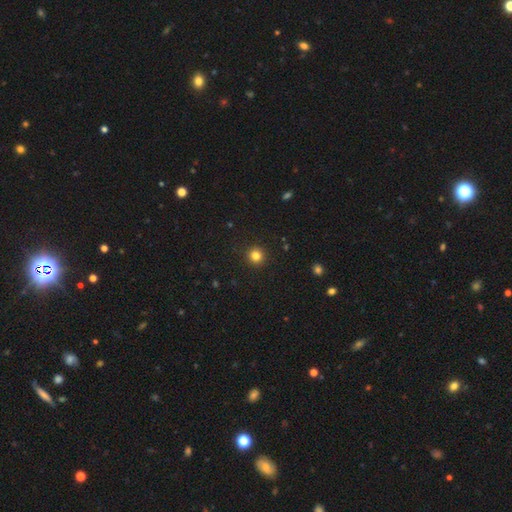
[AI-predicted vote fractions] Smooth or featured: smooth — 82% (star or artifact — 13%)
How rounded: round — 94% (in between — 5%)
Merging: none — 93% (minor disturbance — 5%)